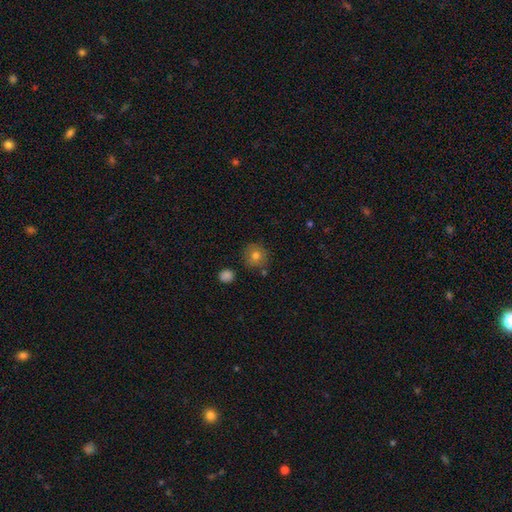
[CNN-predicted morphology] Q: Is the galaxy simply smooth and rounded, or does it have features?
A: smooth — 77%.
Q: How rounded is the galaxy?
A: round — 90%.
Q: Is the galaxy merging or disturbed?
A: none — 80%.